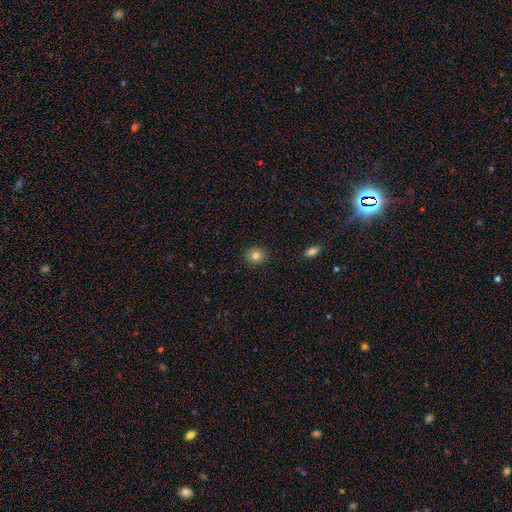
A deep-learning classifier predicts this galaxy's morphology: This appears to be a smooth galaxy with no disk features (83%) that is round (84%). Merging: none (91%).